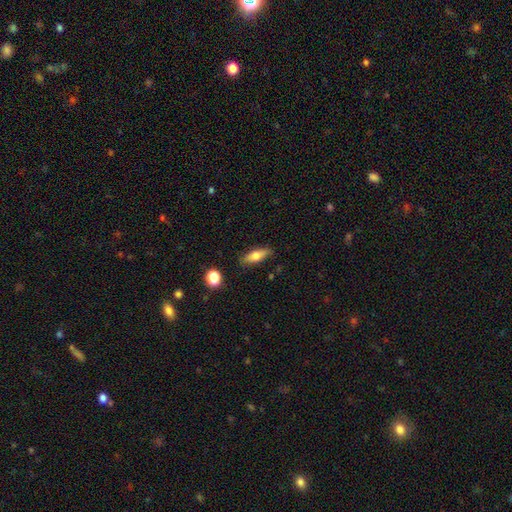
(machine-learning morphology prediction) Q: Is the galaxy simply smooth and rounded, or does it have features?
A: smooth — 66%.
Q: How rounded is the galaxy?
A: in between — 56%.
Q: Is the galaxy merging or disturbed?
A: none — 85%.